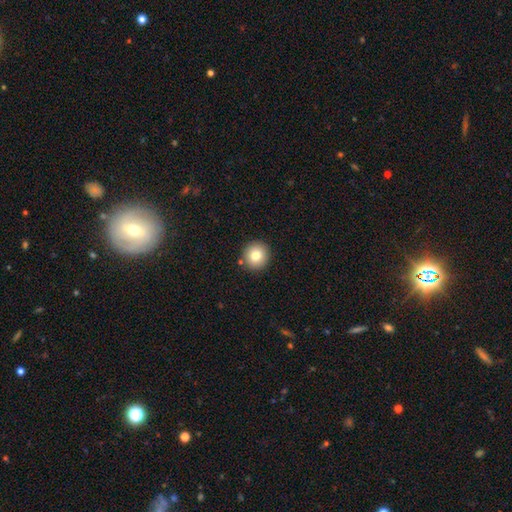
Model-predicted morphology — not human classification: Smooth or featured? smooth (79%)
How rounded? round (93%)
Merging? none (89%)